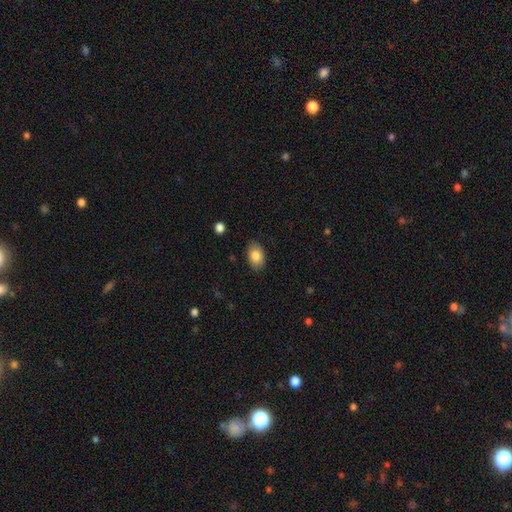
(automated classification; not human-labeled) Smooth or featured? smooth (83%)
How rounded? in between (88%)
Merging? none (86%)